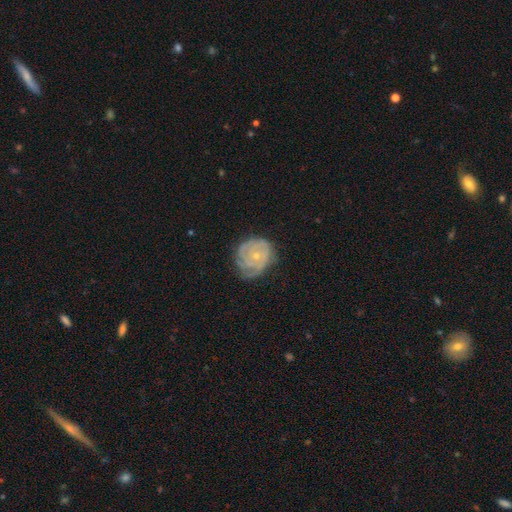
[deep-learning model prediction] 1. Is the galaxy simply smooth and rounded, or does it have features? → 80% featured or disk, 14% smooth, 6% star or artifact.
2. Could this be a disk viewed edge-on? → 98% no, 2% yes.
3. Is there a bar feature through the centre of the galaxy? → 79% no, 18% weak, 3% strong.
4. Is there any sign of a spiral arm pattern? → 93% yes, 7% no.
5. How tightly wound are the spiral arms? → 74% tight, 21% medium, 5% loose.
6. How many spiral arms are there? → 31% can't tell, 27% 3, 22% 2, 9% 4, 6% 1, 5% more than 4.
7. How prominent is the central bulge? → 70% small, 26% moderate, 2% none, 1% large, 1% dominant.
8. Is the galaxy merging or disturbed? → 62% none, 26% minor disturbance, 11% major disturbance, 1% merger.